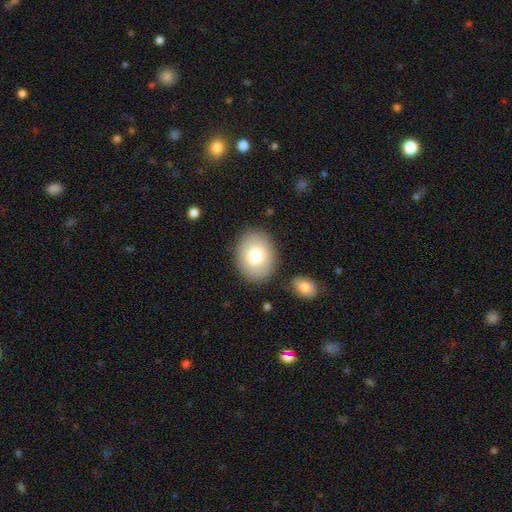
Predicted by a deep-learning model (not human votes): Overall: smooth (76%). How rounded: in between (56%; round 43%). Merging: none (85%).